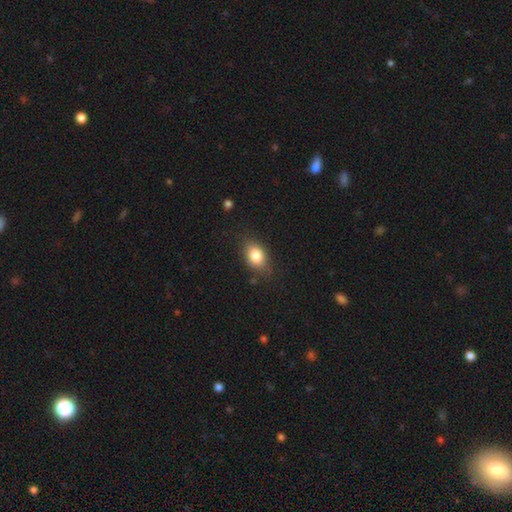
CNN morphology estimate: This appears to be a smooth galaxy with no disk features (81%) that is in between round and cigar-shaped (78%). Merging: none (78%).